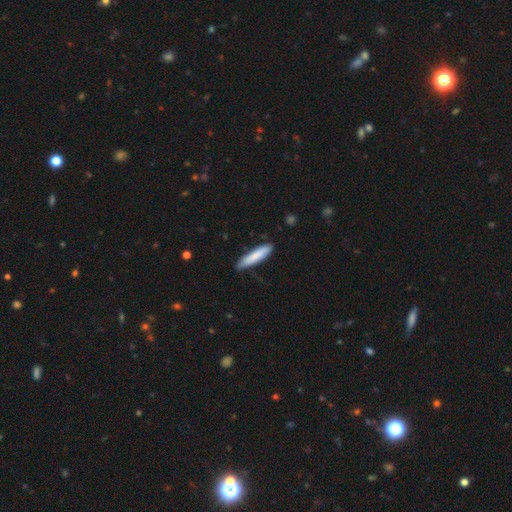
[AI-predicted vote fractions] The model was most divided on "merging": none: 82%, minor disturbance: 15%, major disturbance: 2%, merger: 1%. More confident: how rounded — cigar-shaped (84%); smooth or featured — smooth (82%).